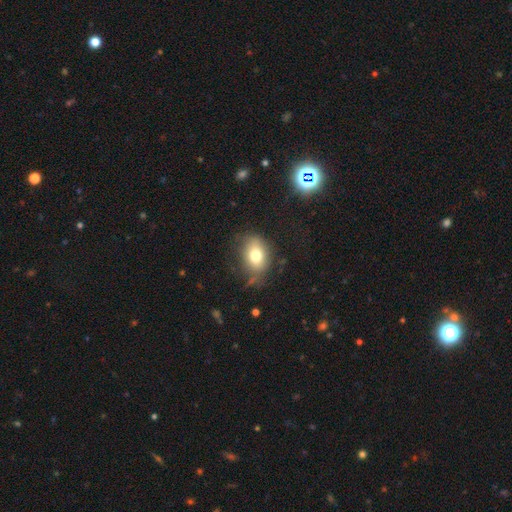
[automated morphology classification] Smooth or featured: smooth — 75% (featured or disk — 14%)
How rounded: in between — 72% (round — 26%)
Merging: none — 70% (minor disturbance — 20%)